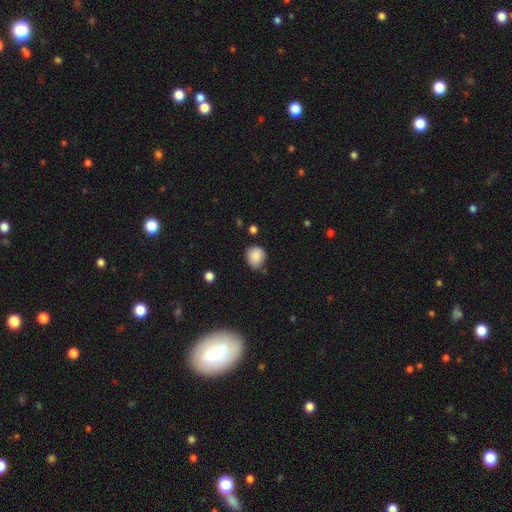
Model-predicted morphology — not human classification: Q: Smooth or featured?
A: smooth (86%); runner-up: star or artifact (9%)
Q: How rounded?
A: round (69%); runner-up: in between (30%)
Q: Merging?
A: none (66%); runner-up: minor disturbance (26%)